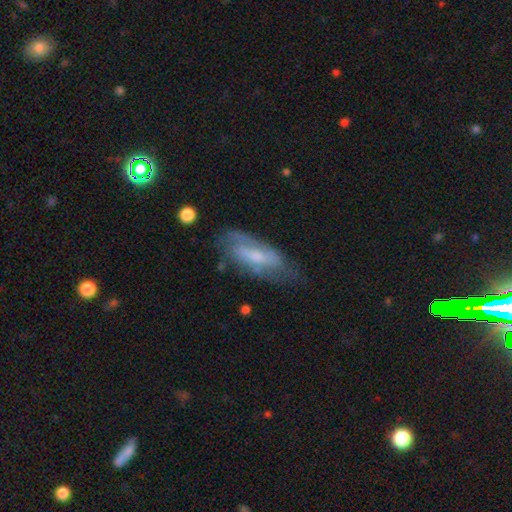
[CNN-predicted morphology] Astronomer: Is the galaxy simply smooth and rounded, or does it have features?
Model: featured or disk — 58% (runner-up: smooth, 35%).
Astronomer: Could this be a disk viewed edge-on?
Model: no — 83%.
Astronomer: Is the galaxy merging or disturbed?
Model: none — 58%.